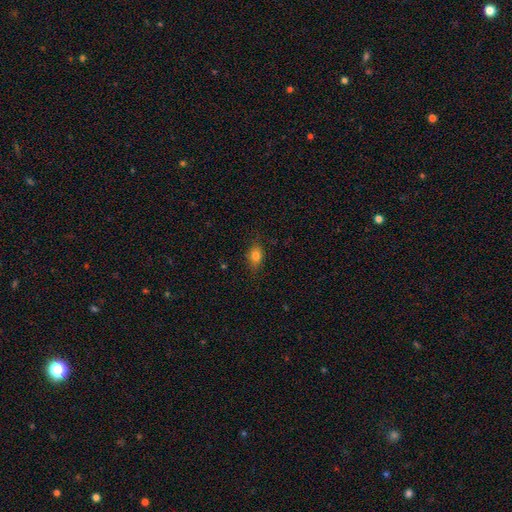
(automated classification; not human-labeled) Q: Smooth or featured?
A: smooth (79%); runner-up: star or artifact (11%)
Q: How rounded?
A: in between (63%); runner-up: round (34%)
Q: Merging?
A: none (79%); runner-up: minor disturbance (16%)